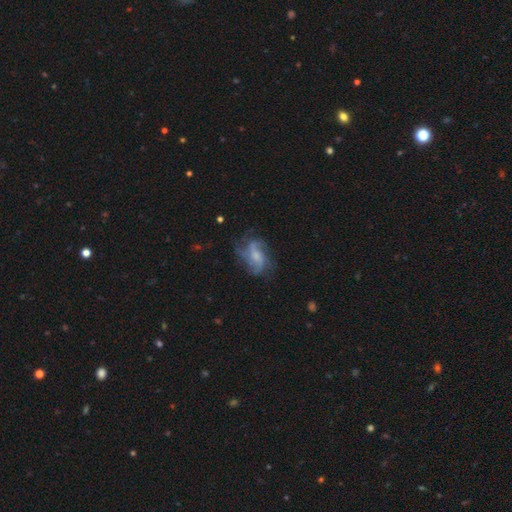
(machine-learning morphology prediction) featured or disk 71%, smooth 20%, star or artifact 9%. Down the decision tree: edge-on disk — no (97%); bar — no (53%); spiral arms — yes (87%); spiral arm count — 3 (29%); spiral winding — medium (44%); bulge size — moderate (37%); merging — none (58%).